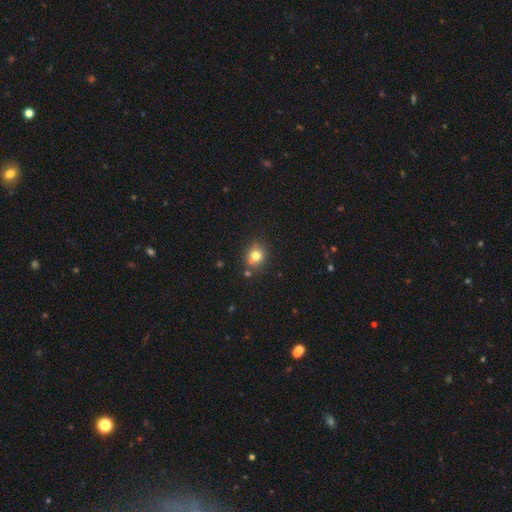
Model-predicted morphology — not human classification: This appears to be a smooth galaxy with no disk features (77%) that is round (77%). Merging: none (75%).